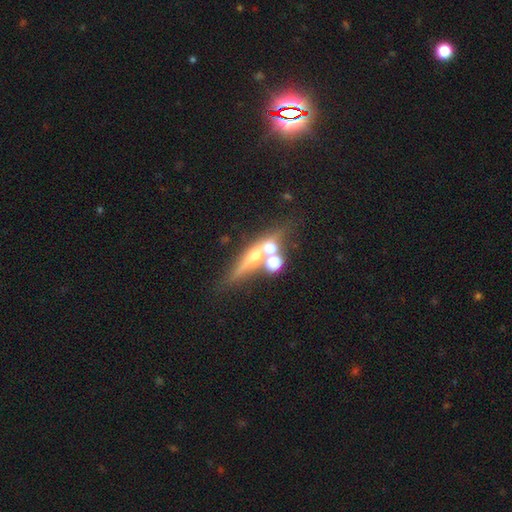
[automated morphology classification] Smooth or featured?
  - featured or disk: 50% *
  - smooth: 32%
  - star or artifact: 18%
Edge-on disk?
  - yes: 70% *
  - no: 30%
Merging?
  - none: 48% *
  - merger: 34%
  - minor disturbance: 10%
  - major disturbance: 7%